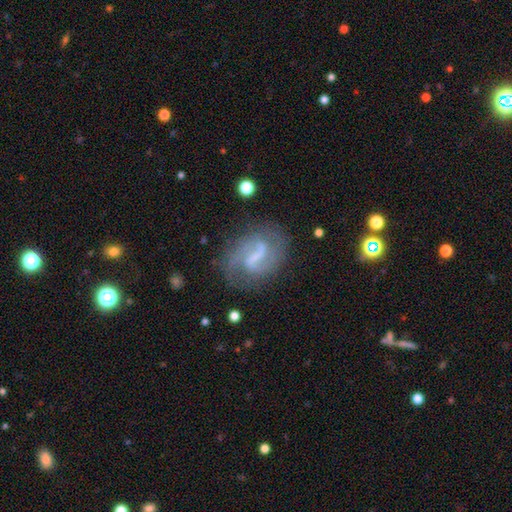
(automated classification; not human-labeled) The model was most divided on "bar": weak: 46%, strong: 41%, no: 12%. Remaining: edge-on disk — no (97%); spiral arms — yes (91%); spiral arm count — 2 (82%); smooth or featured — featured or disk (81%); merging — none (71%); bulge size — none (46%); spiral winding — medium (44%).